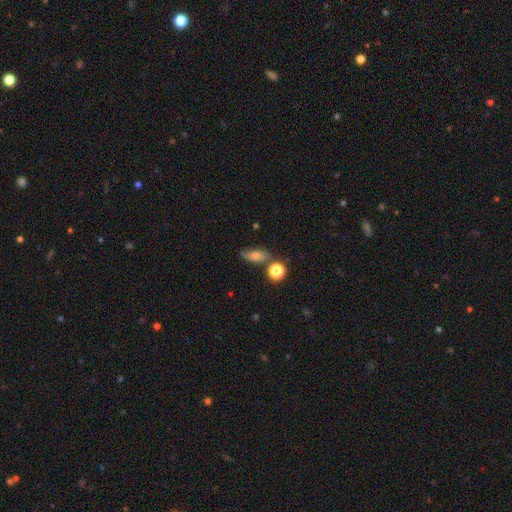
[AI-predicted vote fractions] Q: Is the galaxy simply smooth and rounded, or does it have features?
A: smooth — 67%.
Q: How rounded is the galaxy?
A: in between — 66%.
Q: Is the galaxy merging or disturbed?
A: none — 68%.